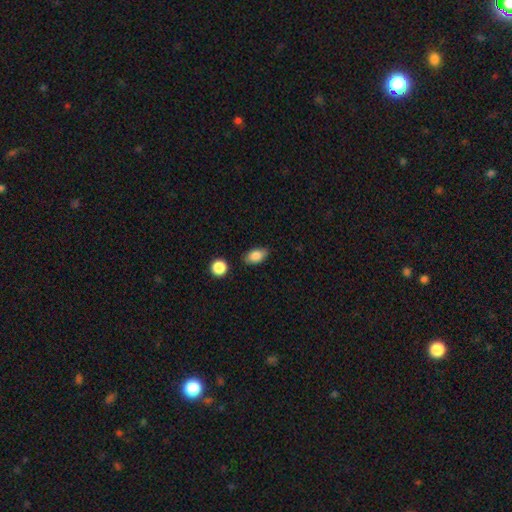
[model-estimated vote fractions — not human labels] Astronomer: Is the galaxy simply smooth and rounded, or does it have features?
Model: smooth — 85%.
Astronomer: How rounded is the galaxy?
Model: in between — 88%.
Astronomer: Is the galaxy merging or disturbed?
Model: none — 82%.